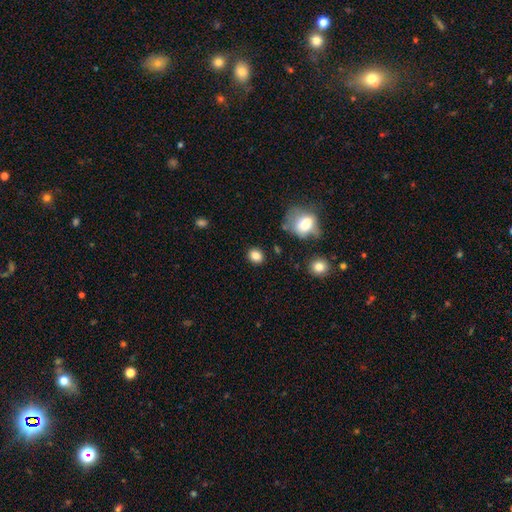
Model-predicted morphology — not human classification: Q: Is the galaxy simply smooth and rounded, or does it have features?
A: smooth — 85%.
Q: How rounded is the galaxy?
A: round — 70%.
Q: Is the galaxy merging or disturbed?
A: none — 86%.